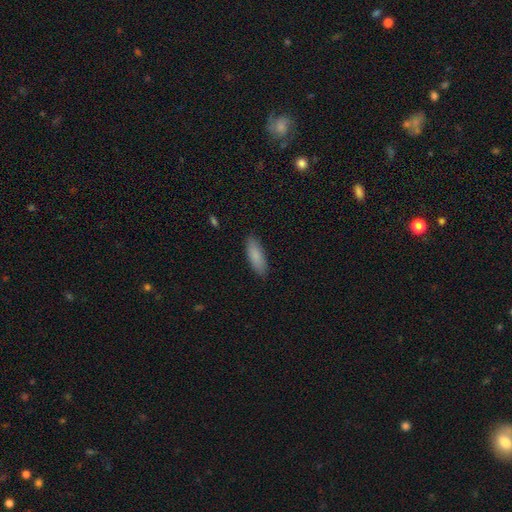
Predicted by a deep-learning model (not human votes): This appears to be a smooth galaxy with no disk features (87%) that is in between round and cigar-shaped (62%). Merging: none (88%).